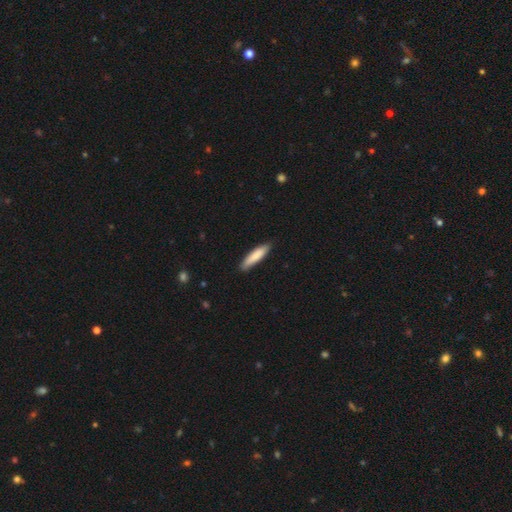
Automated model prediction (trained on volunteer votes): Smooth or featured? smooth (82%)
How rounded? cigar-shaped (77%)
Merging? none (85%)